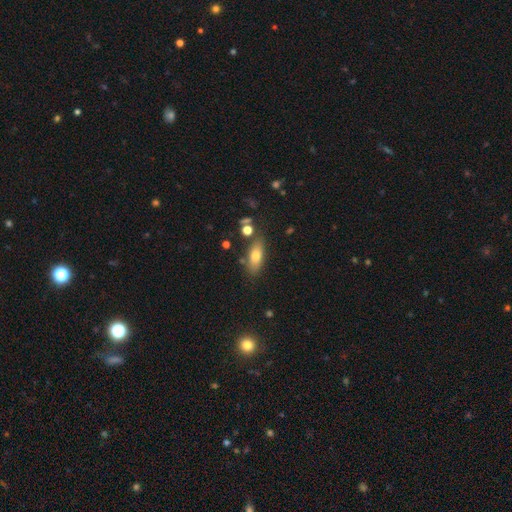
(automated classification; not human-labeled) This is likely a smooth galaxy (72%). How rounded: likely in between (71%). Merging: likely none (77%).